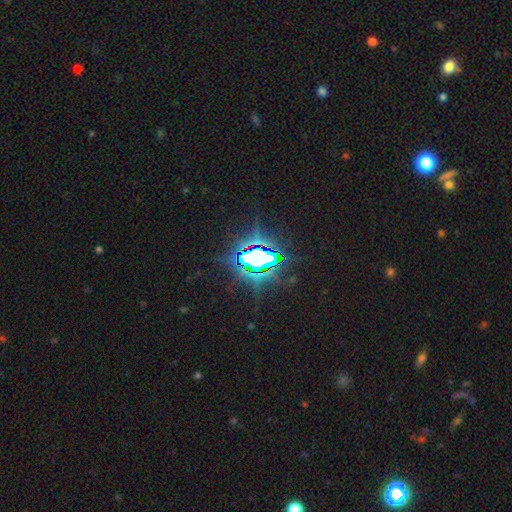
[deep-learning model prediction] The model was most divided on "smooth or featured": star or artifact: 77%, featured or disk: 12%, smooth: 11%.